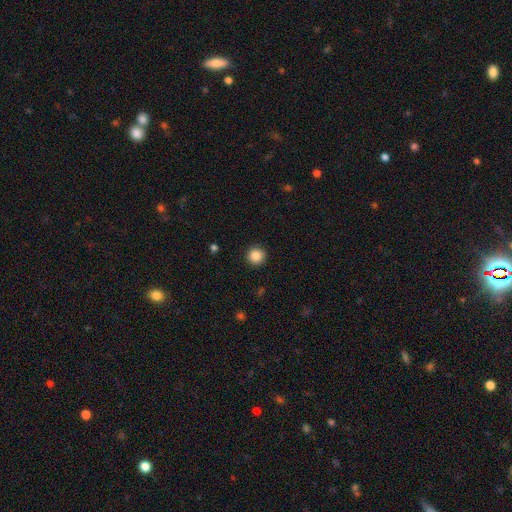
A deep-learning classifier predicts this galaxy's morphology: This appears to be a smooth galaxy with no disk features (87%) that is round (95%). Merging: none (90%).